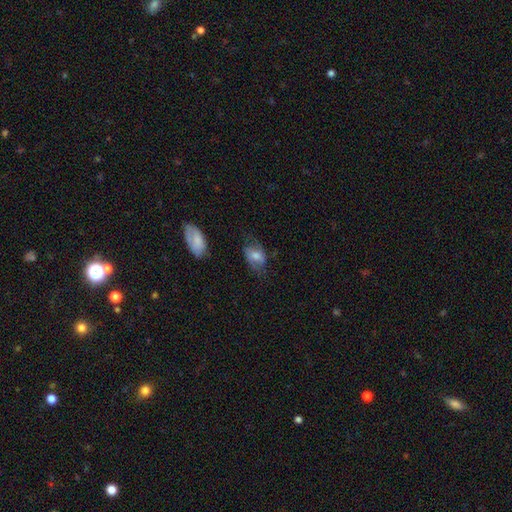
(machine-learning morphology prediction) smooth 55%, featured or disk 37%, star or artifact 8%. Down the decision tree: how rounded — in between (84%); merging — none (57%).